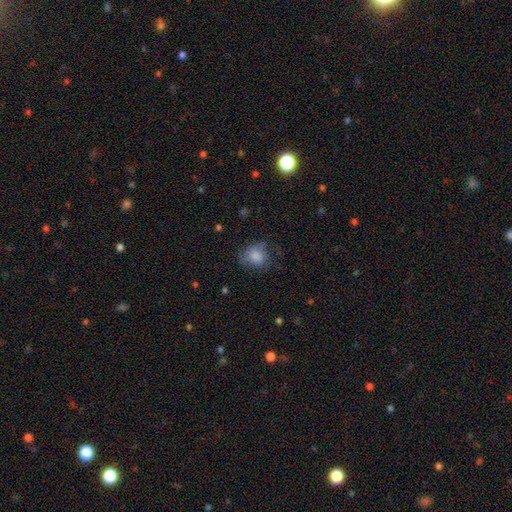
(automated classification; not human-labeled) Q: Smooth or featured?
A: smooth (78%); runner-up: featured or disk (13%)
Q: How rounded?
A: round (62%); runner-up: in between (37%)
Q: Merging?
A: none (52%); runner-up: minor disturbance (28%)